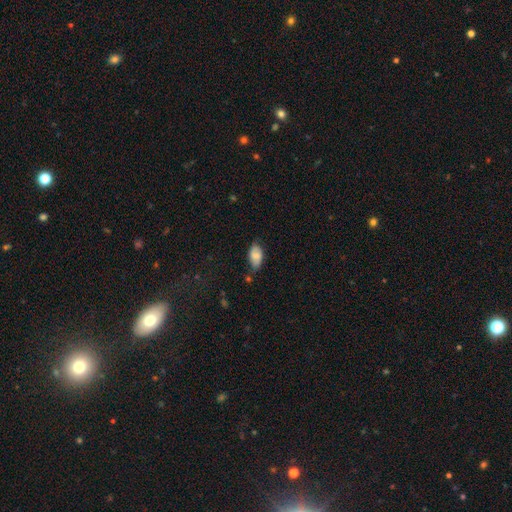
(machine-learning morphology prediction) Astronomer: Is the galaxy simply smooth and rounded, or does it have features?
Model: smooth — 71%.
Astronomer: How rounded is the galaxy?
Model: in between — 93%.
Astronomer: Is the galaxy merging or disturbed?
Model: none — 65%.